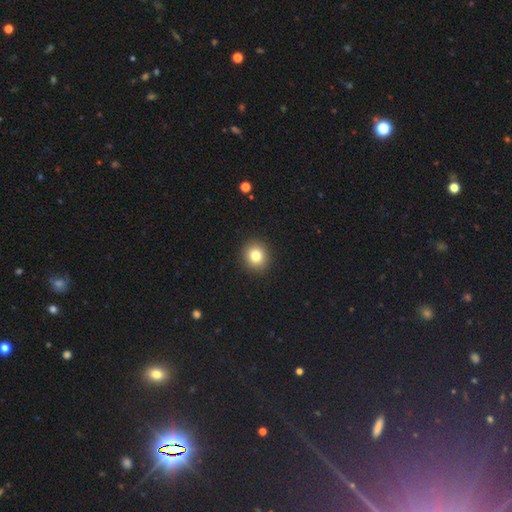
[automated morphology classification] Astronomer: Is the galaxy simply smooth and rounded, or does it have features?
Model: smooth — 81%.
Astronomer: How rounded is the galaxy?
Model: round — 85%.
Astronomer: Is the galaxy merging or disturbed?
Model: none — 92%.